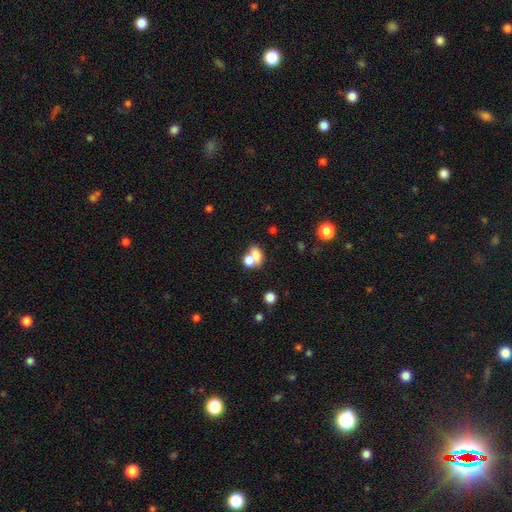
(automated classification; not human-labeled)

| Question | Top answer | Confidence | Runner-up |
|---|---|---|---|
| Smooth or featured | smooth | 70% | featured or disk (18%) |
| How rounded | in between | 68% | round (29%) |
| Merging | merger | 60% | none (27%) |